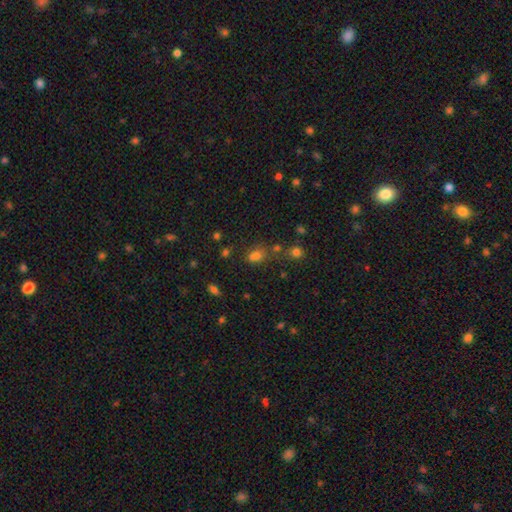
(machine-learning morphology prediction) type=smooth (62%); roundness=in between (56%); merging=none (50%).